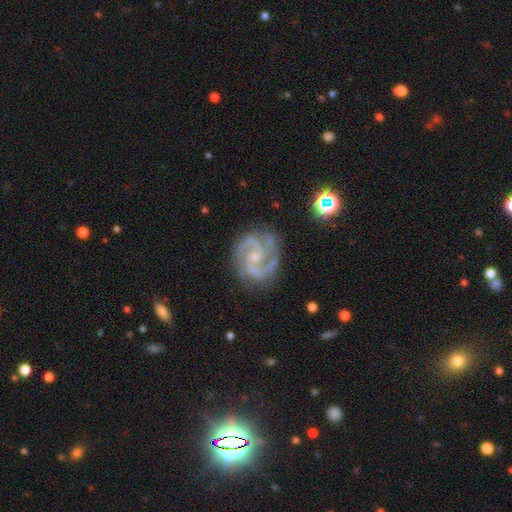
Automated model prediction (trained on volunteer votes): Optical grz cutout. It shows a featured or disk galaxy (92%) with no bar (52%), 2 (79%) medium (57%) spiral arms (99%) and a small central bulge (66%). Merging: none (77%).